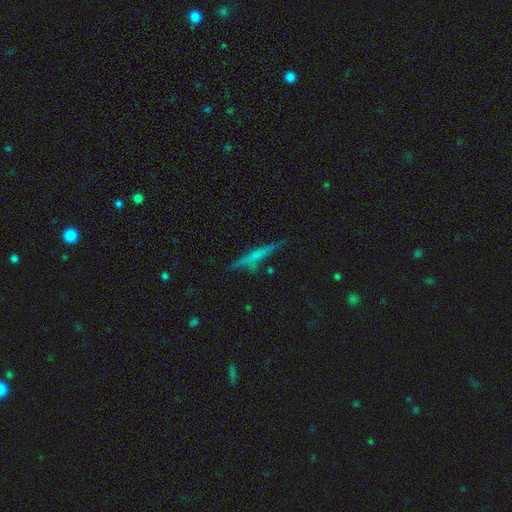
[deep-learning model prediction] This is possibly a featured or disk galaxy (50%). Merging: likely none (79%).